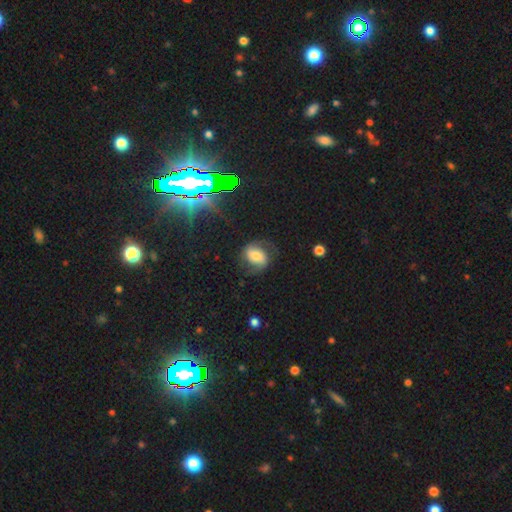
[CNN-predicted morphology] smooth_or_featured: featured or disk (p=0.61) [alt: smooth p=0.28]
disk_edge_on: no (p=0.97) [alt: yes p=0.03]
bar: no (p=0.39) [alt: weak p=0.36]
has_spiral_arms: yes (p=0.90) [alt: no p=0.10]
spiral_winding: medium (p=0.48) [alt: loose p=0.33]
spiral_arm_count: 2 (p=0.89) [alt: can't tell p=0.05]
bulge_size: moderate (p=0.44) [alt: small p=0.25]
merging: none (p=0.68) [alt: minor disturbance p=0.18]